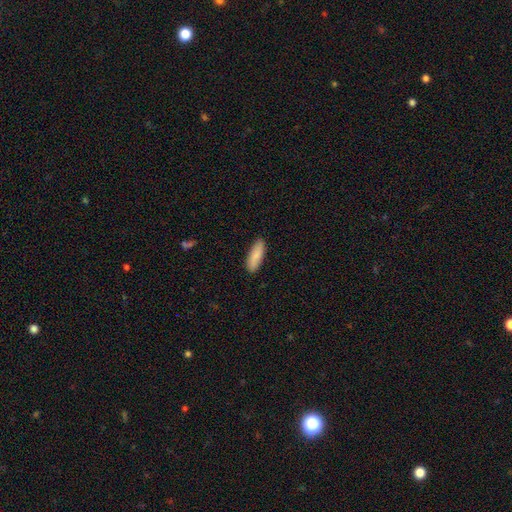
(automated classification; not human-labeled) smooth 86%, featured or disk 9%, star or artifact 6%. Down the decision tree: how rounded — in between (55%); merging — none (88%).